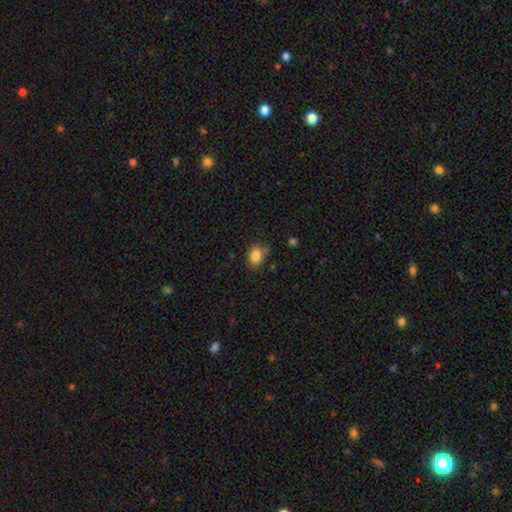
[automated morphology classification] This is clearly a smooth galaxy (85%). How rounded: likely in between (66%). Merging: likely none (76%).